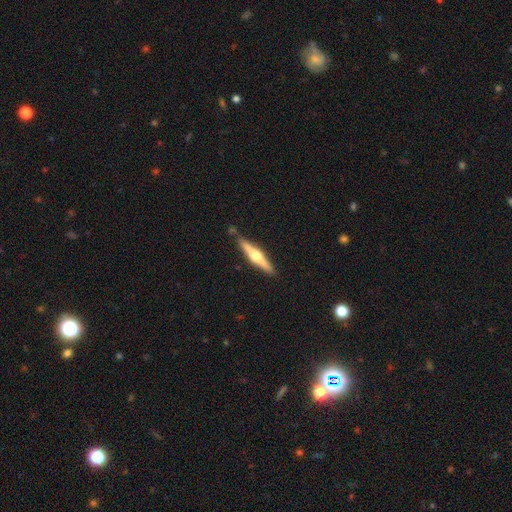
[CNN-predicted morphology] Smooth or featured: featured or disk — 67% (smooth — 28%)
Edge-on disk: yes — 97% (no — 3%)
Edge-on bulge: rounded — 92% (boxy — 5%)
Merging: none — 85% (minor disturbance — 10%)